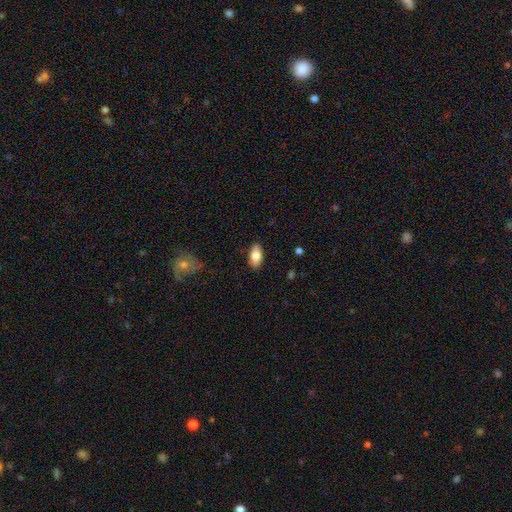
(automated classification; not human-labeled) A smooth galaxy with no disk features (79%) that is in between round and cigar-shaped (90%).

Vote fractions:
- Smooth or featured? smooth: 79% / featured or disk: 14% / star or artifact: 6%
- How rounded? in between: 90% / cigar-shaped: 7% / round: 3%
- Merging? none: 88% / minor disturbance: 9% / major disturbance: 2% / merger: 1%